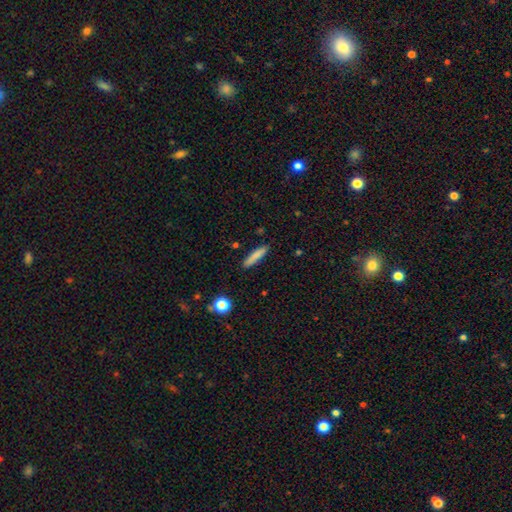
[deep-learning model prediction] smooth_or_featured: smooth (p=0.82) [alt: featured or disk p=0.11]
how_rounded: cigar-shaped (p=0.86) [alt: in between p=0.12]
merging: none (p=0.85) [alt: minor disturbance p=0.11]